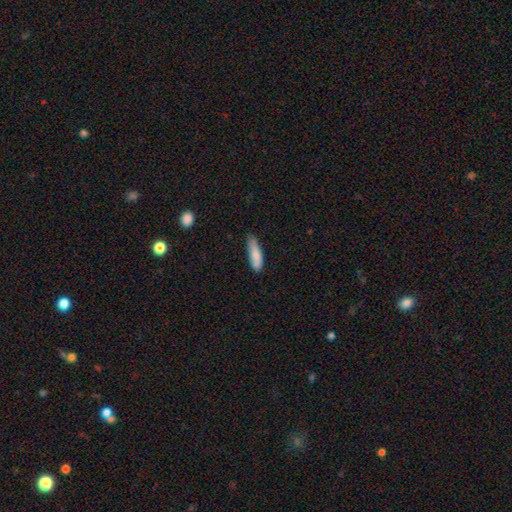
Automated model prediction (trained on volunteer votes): Smooth or featured?
  - smooth: 80% *
  - featured or disk: 14%
  - star or artifact: 6%
How rounded?
  - cigar-shaped: 61% *
  - in between: 37%
  - round: 2%
Merging?
  - none: 64% *
  - minor disturbance: 29%
  - major disturbance: 5%
  - merger: 2%